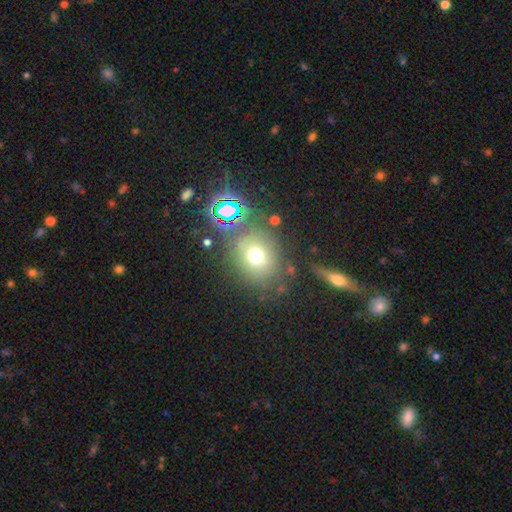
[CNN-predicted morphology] A smooth galaxy with no disk features (63%) that is round (70%). Merging: none (70%).